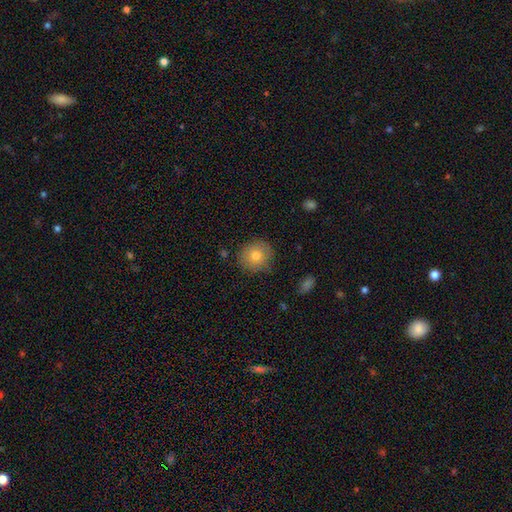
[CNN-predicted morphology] Smooth or featured? Predicted: smooth (p=0.78). How rounded? Predicted: round (p=0.88). Merging? Predicted: none (p=0.86).